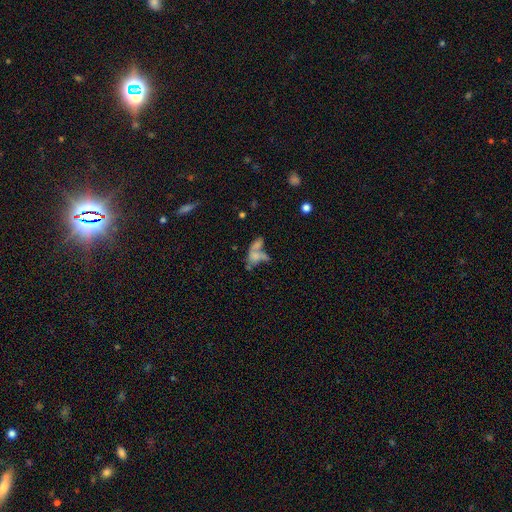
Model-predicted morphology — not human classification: smooth-or-featured: smooth: 51% | featured or disk: 34% | star or artifact: 14%
  how-rounded: in between: 78% | round: 11% | cigar-shaped: 10%
  merging: merger: 57% | none: 17% | major disturbance: 17% | minor disturbance: 9%